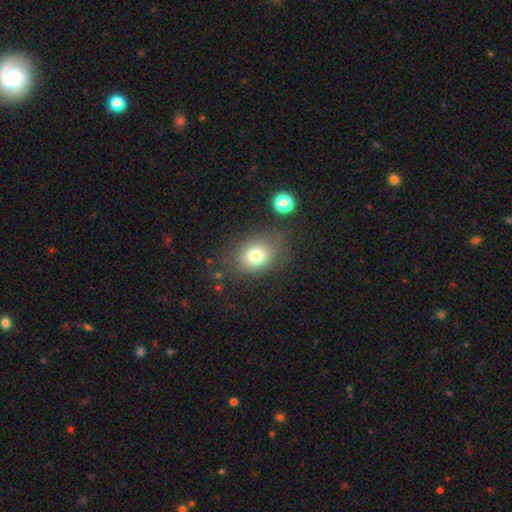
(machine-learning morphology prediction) Smooth or featured? smooth (76%)
How rounded? round (52%)
Merging? none (72%)